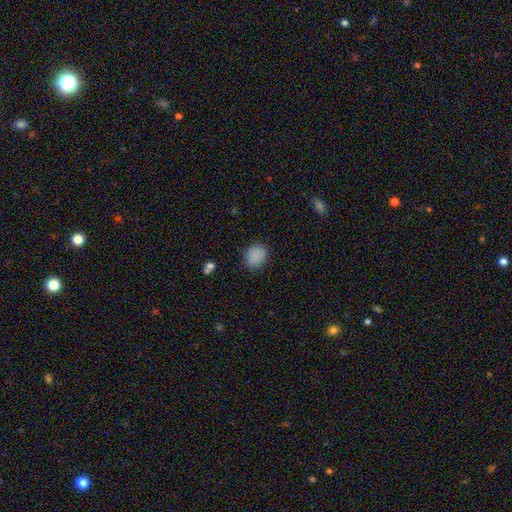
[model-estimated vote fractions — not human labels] This is clearly a smooth galaxy (87%). How rounded: likely round (60%). Merging: clearly none (85%).